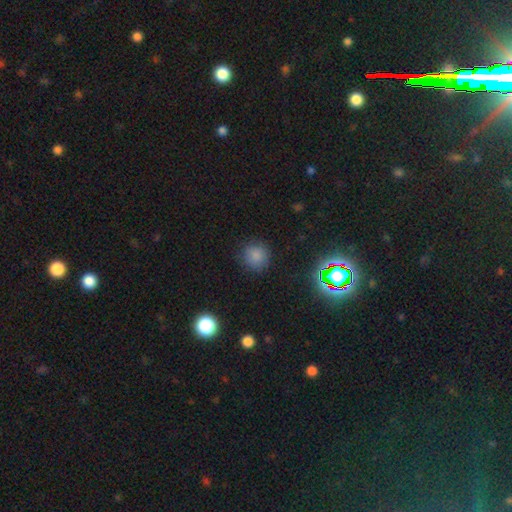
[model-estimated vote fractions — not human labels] Morphology: type=smooth (79%); roundness=round (92%); merging=none (87%).